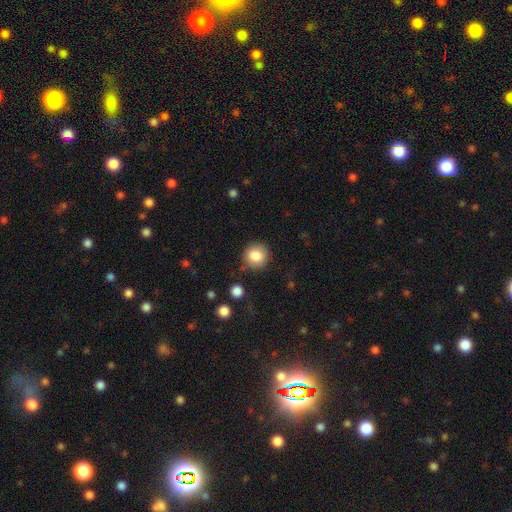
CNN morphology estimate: The model was most divided on "merging": none: 84%, minor disturbance: 11%, major disturbance: 3%, merger: 2%. More confident: how rounded — round (91%); smooth or featured — smooth (85%).